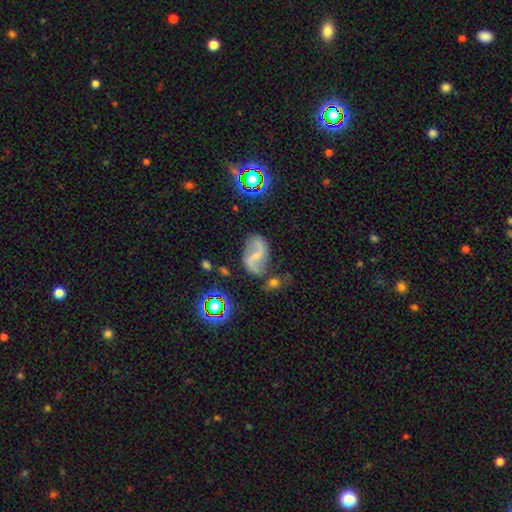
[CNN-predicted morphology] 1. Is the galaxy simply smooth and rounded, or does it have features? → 79% featured or disk, 12% smooth, 9% star or artifact.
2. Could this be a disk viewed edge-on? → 97% no, 3% yes.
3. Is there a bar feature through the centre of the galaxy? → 42% weak, 34% strong, 23% no.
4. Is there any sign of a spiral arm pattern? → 92% yes, 8% no.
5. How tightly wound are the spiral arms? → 62% loose, 30% medium, 8% tight.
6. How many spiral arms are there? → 91% 2, 4% can't tell, 2% 1, 1% 3, 1% 4, 1% more than 4.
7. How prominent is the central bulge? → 63% small, 20% moderate, 15% none, 2% large, 1% dominant.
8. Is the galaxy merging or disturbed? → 65% none, 17% minor disturbance, 10% merger, 8% major disturbance.